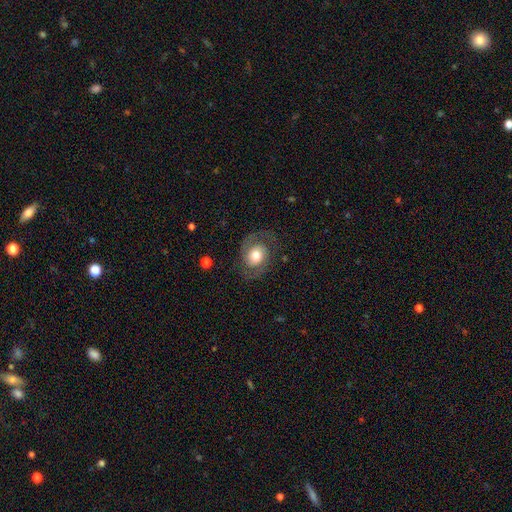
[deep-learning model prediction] Smooth or featured: featured or disk — 64% (smooth — 29%)
Edge-on disk: no — 97% (yes — 3%)
Bar: no — 72% (weak — 23%)
Spiral arms: yes — 84% (no — 16%)
Spiral winding: medium — 49% (tight — 28%)
Spiral arm count: 2 — 85% (1 — 7%)
Bulge size: moderate — 53% (large — 36%)
Merging: none — 72% (minor disturbance — 15%)